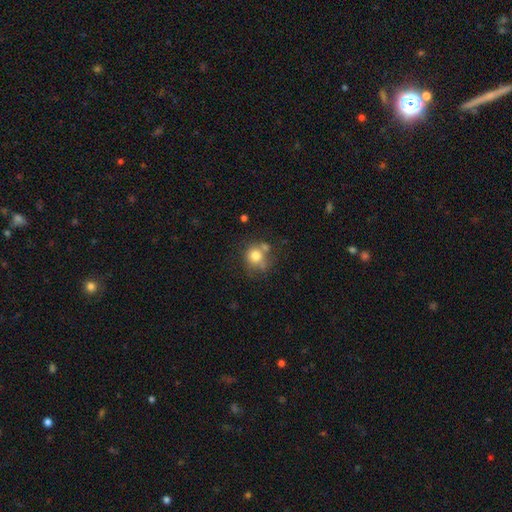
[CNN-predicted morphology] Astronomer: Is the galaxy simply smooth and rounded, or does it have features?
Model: smooth — 74%.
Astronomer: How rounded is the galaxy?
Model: round — 83%.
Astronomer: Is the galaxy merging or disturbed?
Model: none — 51%.